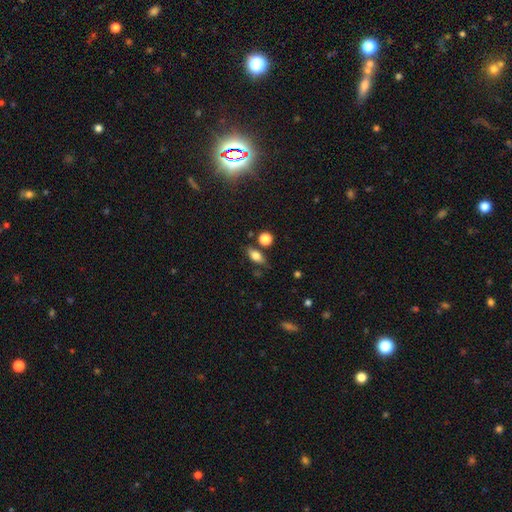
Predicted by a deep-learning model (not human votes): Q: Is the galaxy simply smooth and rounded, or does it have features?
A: smooth — 68%.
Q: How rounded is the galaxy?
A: in between — 75%.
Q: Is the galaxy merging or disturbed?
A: none — 74%.